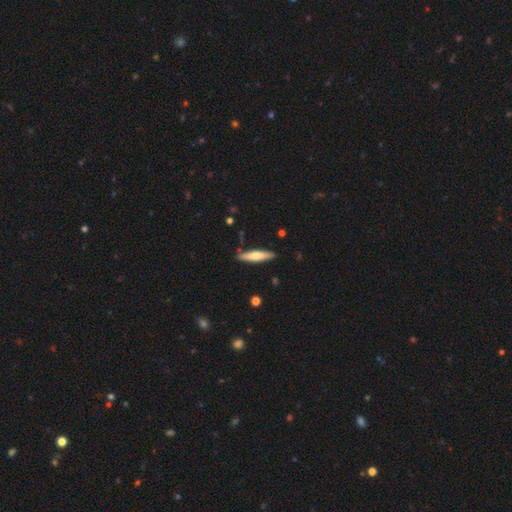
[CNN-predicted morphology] smooth-or-featured: smooth: 59% | featured or disk: 36% | star or artifact: 5%
  how-rounded: cigar-shaped: 84% | in between: 15% | round: 1%
  merging: none: 87% | minor disturbance: 10% | merger: 2% | major disturbance: 2%